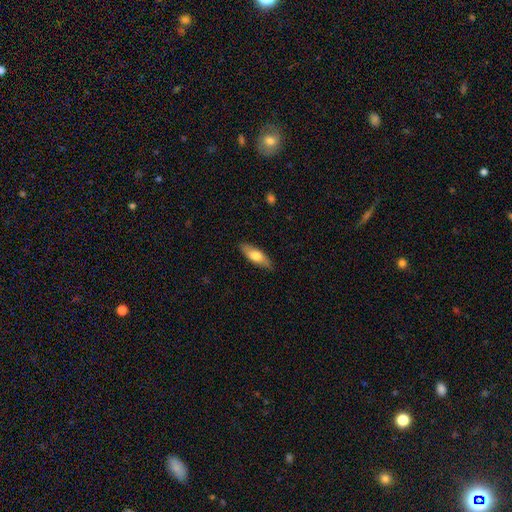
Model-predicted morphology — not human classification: Overall: smooth (69%). How rounded: in between (59%; cigar-shaped 39%). Merging: none (86%).